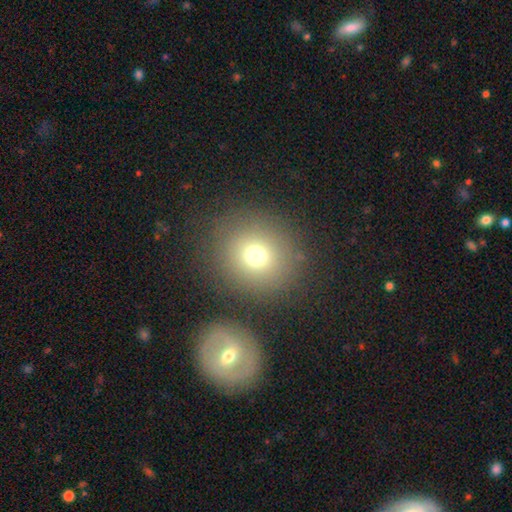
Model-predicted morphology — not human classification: Smooth or featured? smooth (72%)
How rounded? round (88%)
Merging? none (81%)